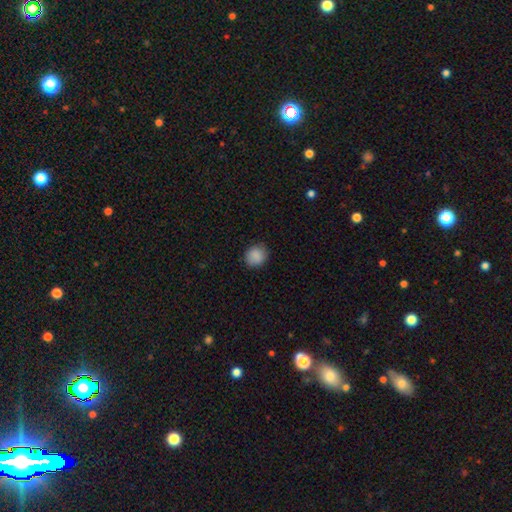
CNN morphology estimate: Smooth or featured? smooth (89%)
How rounded? round (75%)
Merging? none (86%)